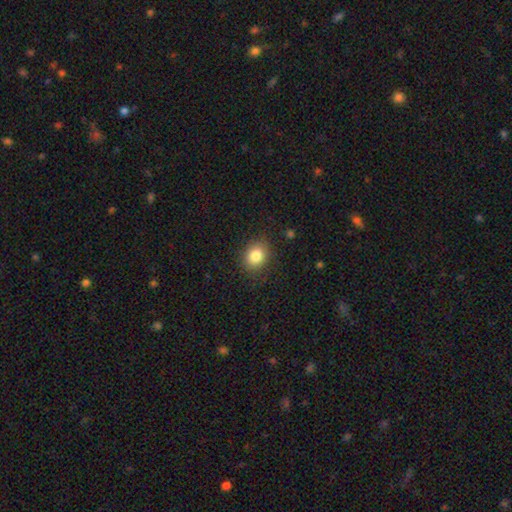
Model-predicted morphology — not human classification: Smooth or featured: smooth — 83% (star or artifact — 10%)
How rounded: round — 56% (in between — 43%)
Merging: none — 85% (minor disturbance — 10%)